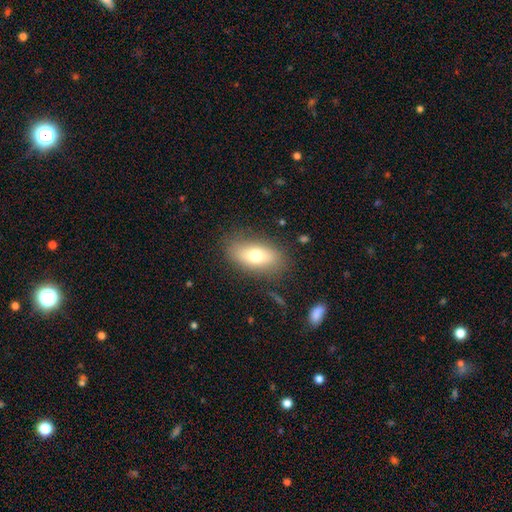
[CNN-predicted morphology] The model was most divided on "smooth or featured": smooth: 71%, featured or disk: 21%, star or artifact: 8%. More confident: how rounded — in between (86%); merging — none (81%).